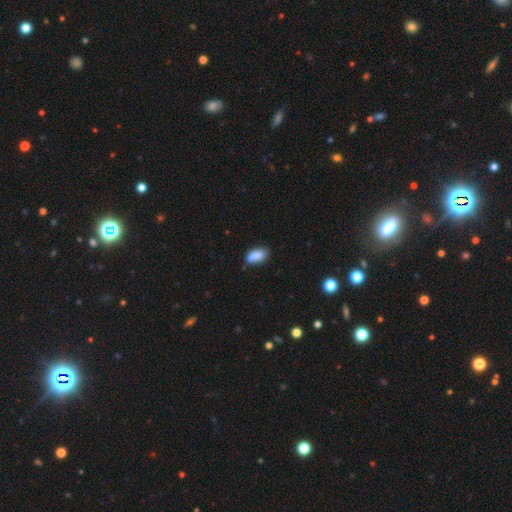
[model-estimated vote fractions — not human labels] smooth-or-featured: smooth: 87% | star or artifact: 8% | featured or disk: 5%
  how-rounded: in between: 89% | cigar-shaped: 8% | round: 3%
  merging: none: 71% | minor disturbance: 23% | major disturbance: 4% | merger: 2%